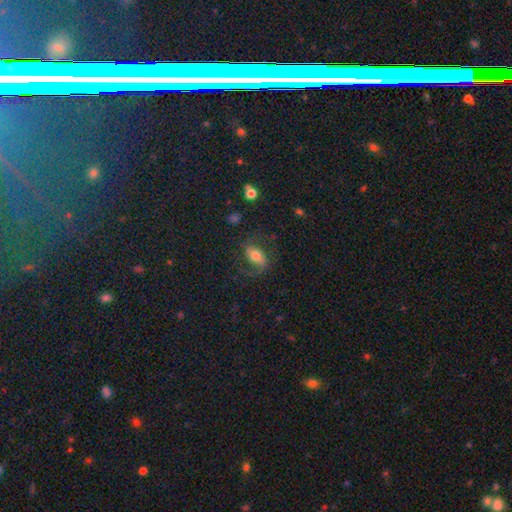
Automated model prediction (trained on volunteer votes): Smooth or featured? Predicted: smooth (p=0.50). How rounded? Predicted: in between (p=0.84). Merging? Predicted: none (p=0.64).